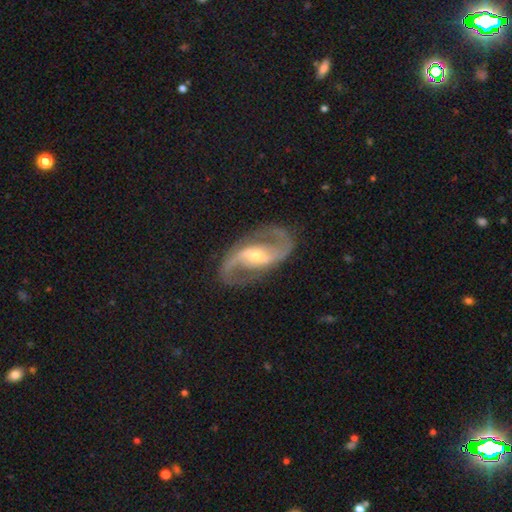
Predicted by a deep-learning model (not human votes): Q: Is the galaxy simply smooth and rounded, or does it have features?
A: featured or disk — 91%.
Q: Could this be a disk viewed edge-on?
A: no — 97%.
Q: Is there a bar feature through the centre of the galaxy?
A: weak — 40%.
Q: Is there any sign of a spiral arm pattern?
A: yes — 97%.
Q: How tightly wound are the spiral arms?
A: medium — 51%.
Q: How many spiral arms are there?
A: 2 — 94%.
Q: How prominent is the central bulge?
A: small — 49%.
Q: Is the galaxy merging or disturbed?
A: none — 83%.